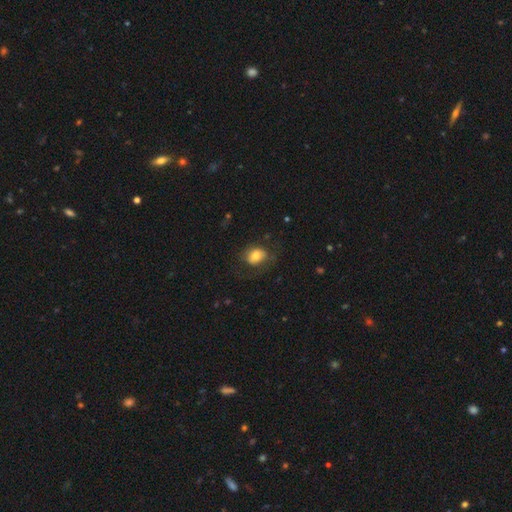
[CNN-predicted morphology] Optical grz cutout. It shows a smooth galaxy with no disk features (74%) that is in between round and cigar-shaped (61%). Merging: none (62%).